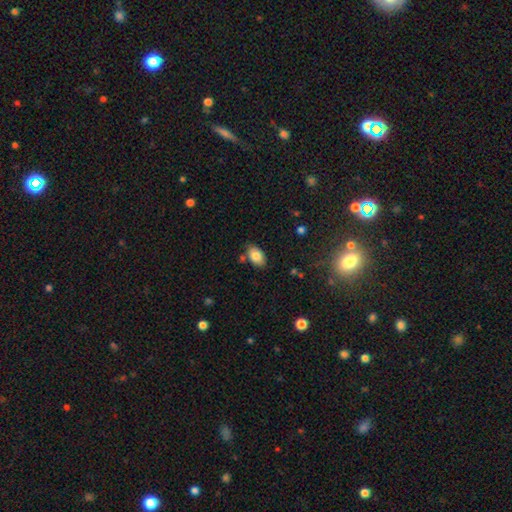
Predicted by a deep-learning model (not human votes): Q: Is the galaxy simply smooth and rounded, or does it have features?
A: smooth — 83%.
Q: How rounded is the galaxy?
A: in between — 91%.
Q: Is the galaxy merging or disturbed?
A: none — 77%.